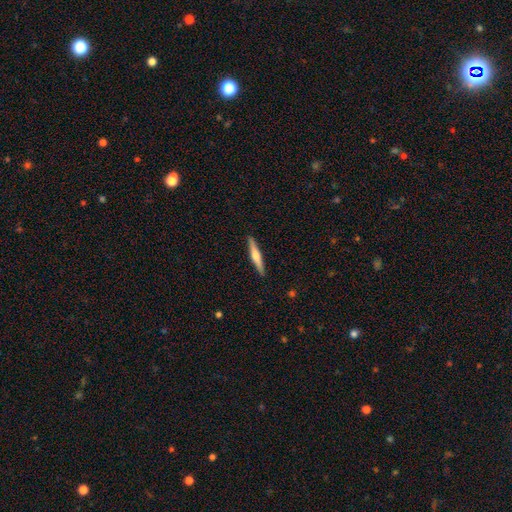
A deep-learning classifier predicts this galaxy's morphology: Smooth or featured?
  - featured or disk: 55% *
  - smooth: 39%
  - star or artifact: 5%
Edge-on disk?
  - yes: 97% *
  - no: 3%
Edge-on bulge?
  - rounded: 83% *
  - none: 9%
  - boxy: 8%
Merging?
  - none: 91% *
  - minor disturbance: 7%
  - major disturbance: 1%
  - merger: 1%